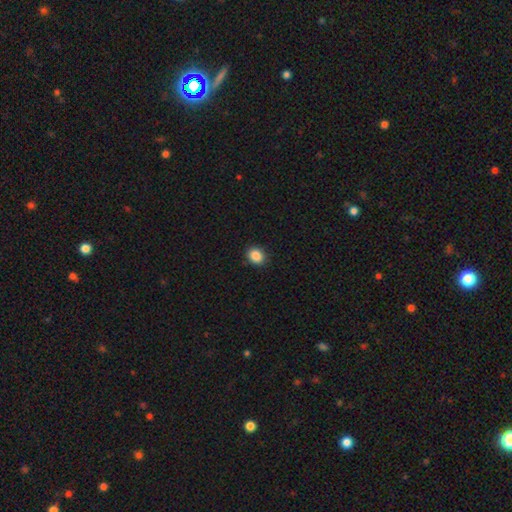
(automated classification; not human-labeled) Smooth or featured: smooth — 87% (star or artifact — 9%)
How rounded: round — 60% (in between — 39%)
Merging: none — 90% (minor disturbance — 8%)